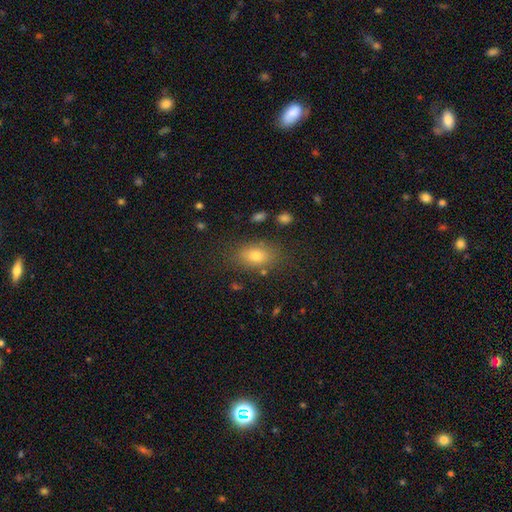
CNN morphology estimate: A smooth galaxy with no disk features (74%) that is in between round and cigar-shaped (81%).

Vote fractions:
- Smooth or featured? smooth: 74% / star or artifact: 13% / featured or disk: 12%
- How rounded? in between: 81% / round: 16% / cigar-shaped: 3%
- Merging? none: 80% / minor disturbance: 12% / major disturbance: 4% / merger: 3%